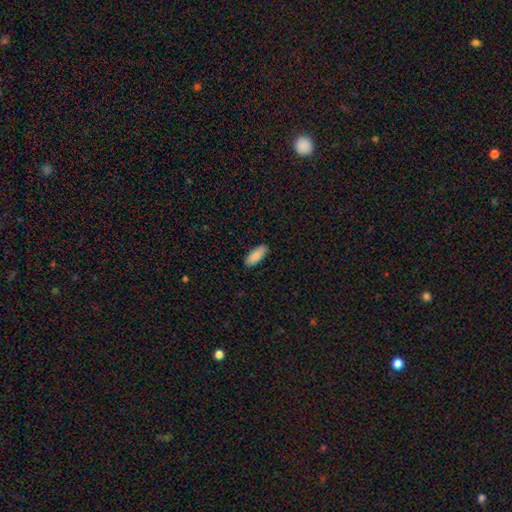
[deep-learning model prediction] Smooth or featured?
  - smooth: 88% *
  - featured or disk: 6%
  - star or artifact: 6%
How rounded?
  - in between: 79% *
  - cigar-shaped: 19%
  - round: 2%
Merging?
  - none: 88% *
  - minor disturbance: 9%
  - major disturbance: 2%
  - merger: 1%